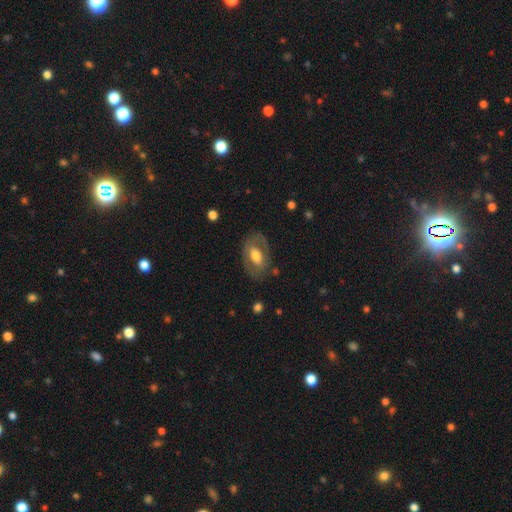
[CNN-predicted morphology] Smooth or featured? featured or disk (49%)
Merging? none (74%)